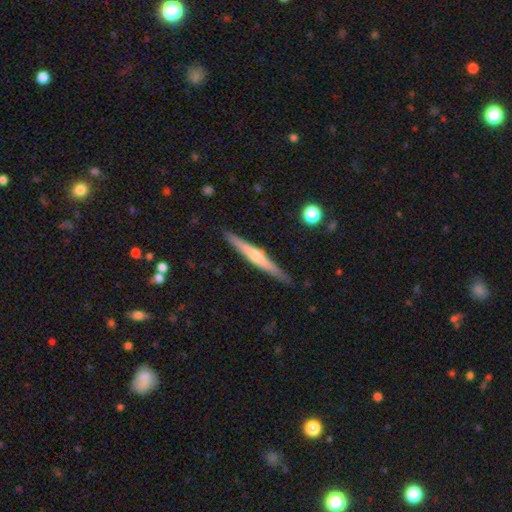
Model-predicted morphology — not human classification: smooth-or-featured: featured or disk: 66% | smooth: 29% | star or artifact: 6%
  disk-edge-on: yes: 97% | no: 3%
    edge-on-bulge: rounded: 74% | none: 19% | boxy: 7%
  merging: none: 89% | minor disturbance: 8% | major disturbance: 2% | merger: 1%